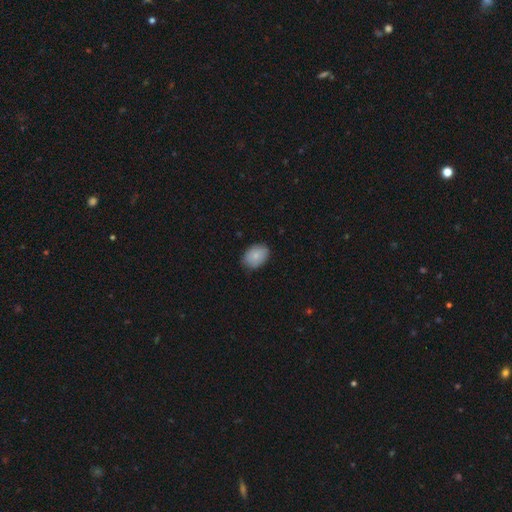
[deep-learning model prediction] This is clearly a smooth galaxy (84%). How rounded: likely in between (77%). Merging: clearly none (83%).